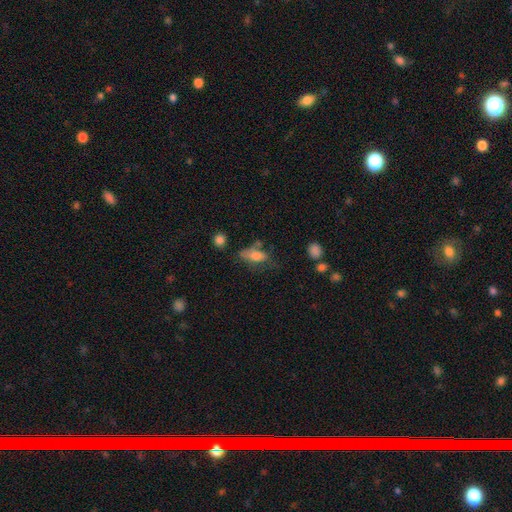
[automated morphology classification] Overall: smooth (70%). How rounded: in between (78%). Merging: none (39%; minor disturbance 29%).